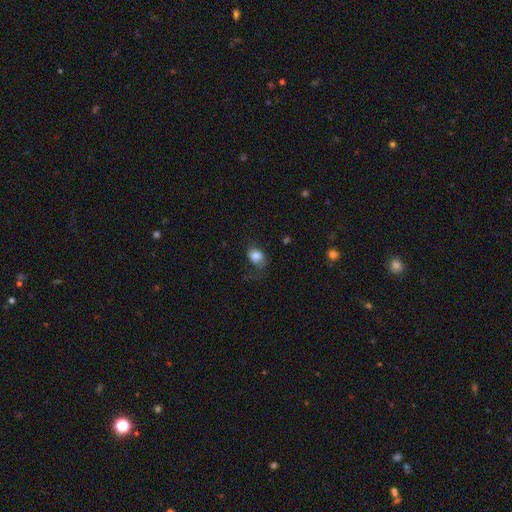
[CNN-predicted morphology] Smooth or featured?
  - smooth: 77% *
  - featured or disk: 14%
  - star or artifact: 9%
How rounded?
  - in between: 70% *
  - round: 29%
  - cigar-shaped: 1%
Merging?
  - none: 49% *
  - minor disturbance: 26%
  - major disturbance: 23%
  - merger: 2%